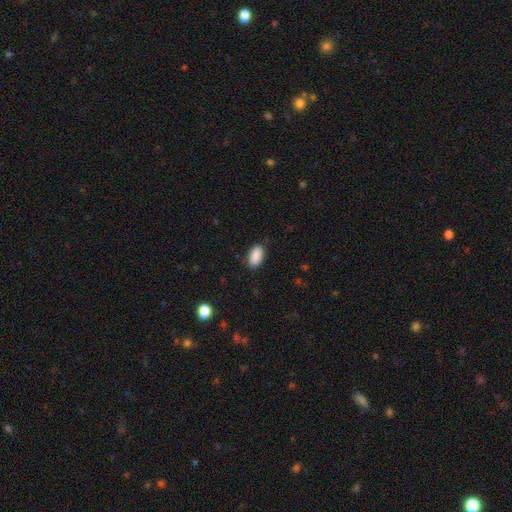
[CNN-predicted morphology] smooth-or-featured: smooth: 90% | star or artifact: 7% | featured or disk: 3%
  how-rounded: in between: 94% | round: 4% | cigar-shaped: 3%
  merging: none: 86% | minor disturbance: 11% | major disturbance: 2% | merger: 1%